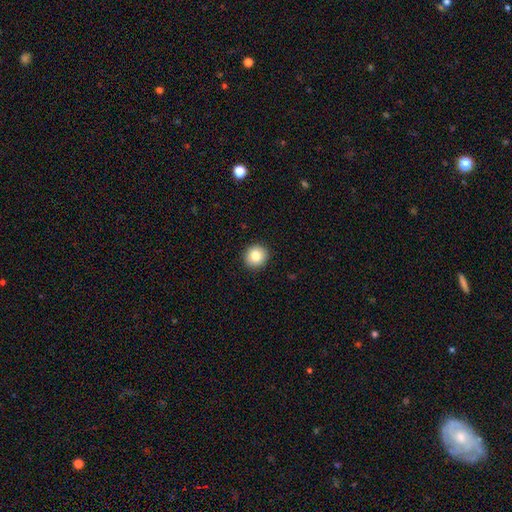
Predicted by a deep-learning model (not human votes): Smooth or featured? smooth (83%)
How rounded? round (88%)
Merging? none (92%)